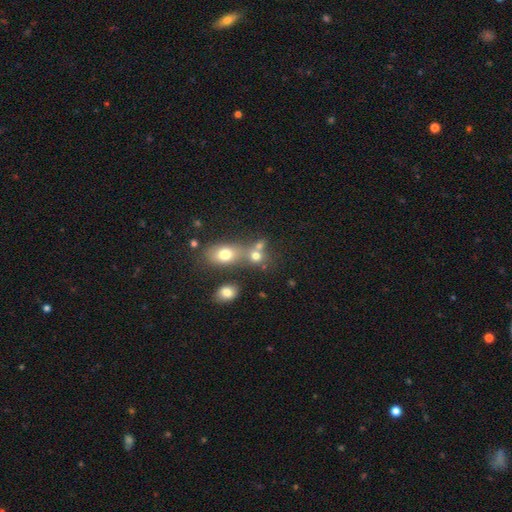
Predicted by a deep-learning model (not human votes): This is likely a smooth galaxy (72%). How rounded: likely round (67%). Merging: marginally merger (44%).